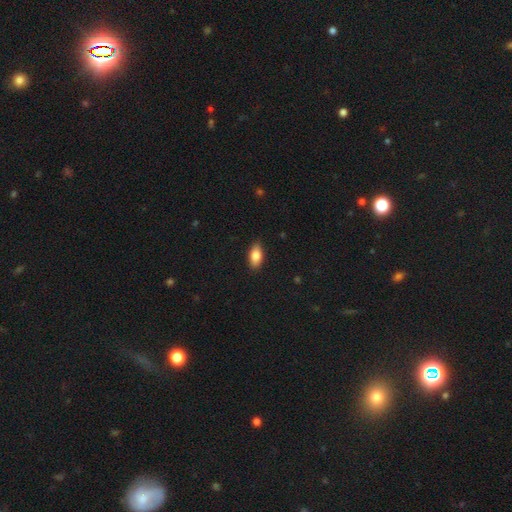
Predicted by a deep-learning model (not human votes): Smooth or featured: smooth — 82% (featured or disk — 11%)
How rounded: in between — 88% (cigar-shaped — 8%)
Merging: none — 88% (minor disturbance — 9%)